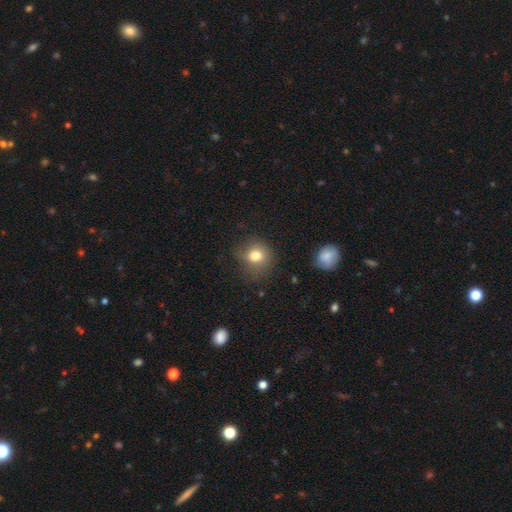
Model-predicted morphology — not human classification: Smooth or featured: smooth — 79% (star or artifact — 11%)
How rounded: round — 74% (in between — 25%)
Merging: none — 64% (minor disturbance — 23%)